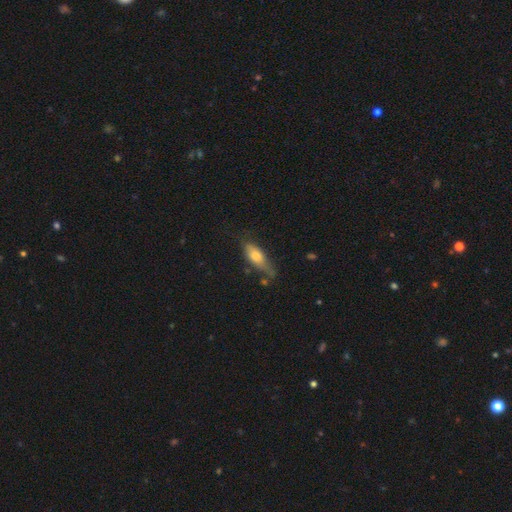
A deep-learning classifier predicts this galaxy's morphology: This appears to be a smooth galaxy with no disk features (68%) that is in between round and cigar-shaped (59%). Merging: none (51%).